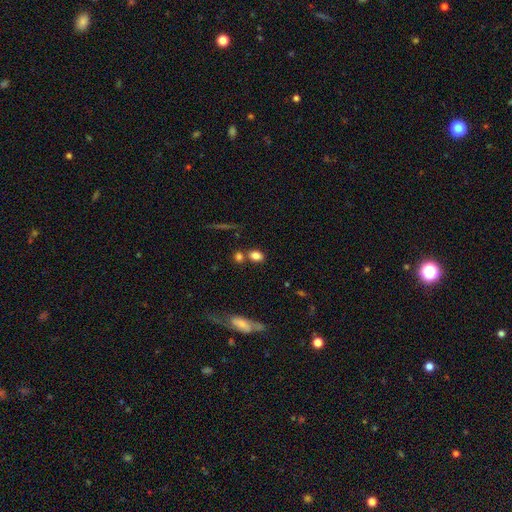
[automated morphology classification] Smooth or featured: smooth — 82% (star or artifact — 10%)
How rounded: in between — 72% (round — 26%)
Merging: none — 62% (merger — 22%)